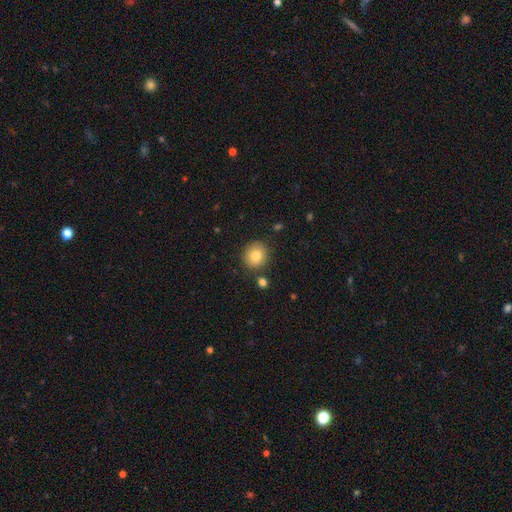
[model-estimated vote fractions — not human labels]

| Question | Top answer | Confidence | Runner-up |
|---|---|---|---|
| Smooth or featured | smooth | 81% | star or artifact (10%) |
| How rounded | round | 89% | in between (10%) |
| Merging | none | 86% | minor disturbance (8%) |